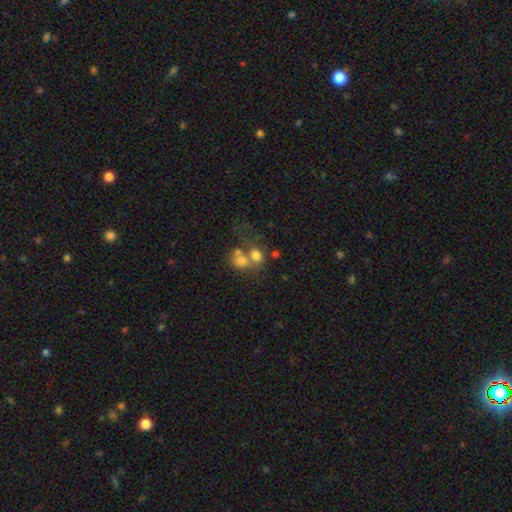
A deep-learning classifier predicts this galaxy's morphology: The model was most divided on "how rounded": round: 57%, in between: 42%, cigar-shaped: 1%. More confident: smooth or featured — smooth (68%); merging — merger (54%).